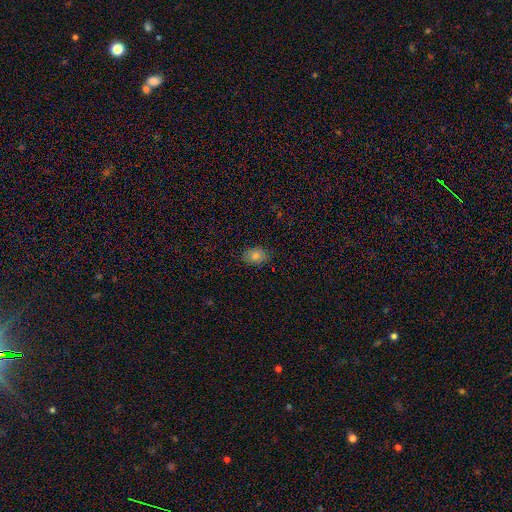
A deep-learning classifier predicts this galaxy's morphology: Smooth or featured? smooth (80%)
How rounded? in between (71%)
Merging? none (85%)